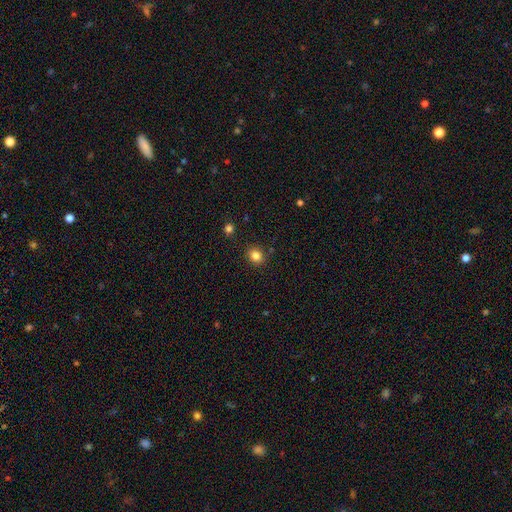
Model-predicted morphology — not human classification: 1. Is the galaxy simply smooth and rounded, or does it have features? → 84% smooth, 12% star or artifact, 4% featured or disk.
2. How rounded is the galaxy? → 76% round, 23% in between, 1% cigar-shaped.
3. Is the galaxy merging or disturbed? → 88% none, 7% minor disturbance, 2% major disturbance, 2% merger.